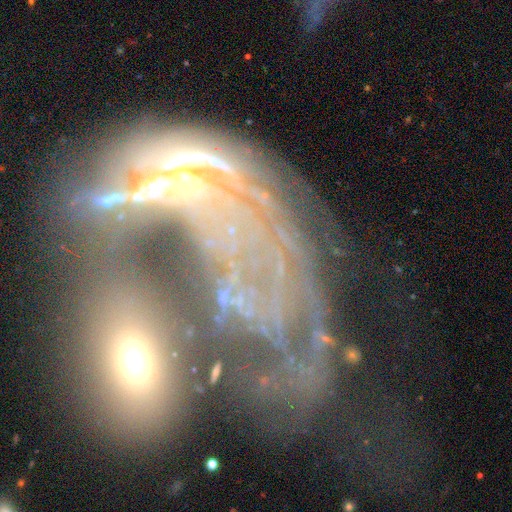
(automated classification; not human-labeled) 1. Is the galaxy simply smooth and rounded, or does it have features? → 63% featured or disk, 20% star or artifact, 17% smooth.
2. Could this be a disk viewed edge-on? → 91% no, 9% yes.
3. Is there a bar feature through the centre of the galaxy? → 74% no, 15% weak, 11% strong.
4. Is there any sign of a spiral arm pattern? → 53% no, 47% yes.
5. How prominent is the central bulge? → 37% none (tied), 37% small (tied), 17% moderate, 5% large, 4% dominant.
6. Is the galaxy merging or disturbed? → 38% merger, 34% major disturbance, 17% none, 11% minor disturbance.